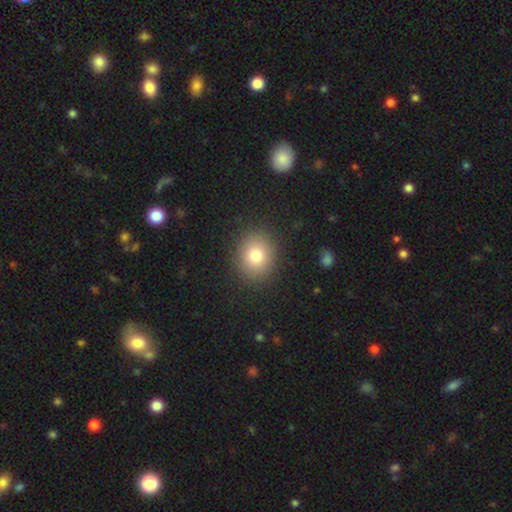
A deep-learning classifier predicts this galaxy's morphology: This appears to be a smooth galaxy with no disk features (79%) that is round (70%). Merging: none (89%).